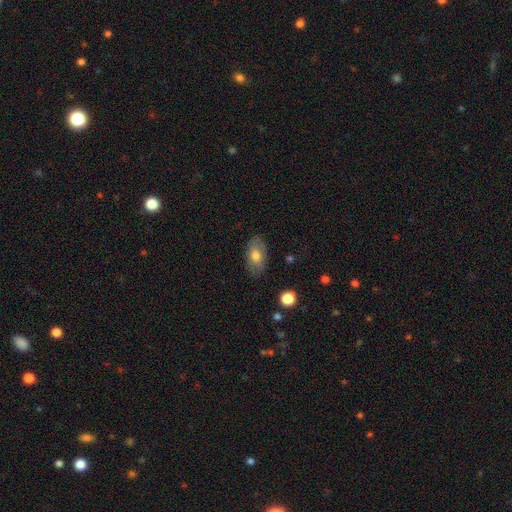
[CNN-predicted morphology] Q: Smooth or featured?
A: smooth (69%); runner-up: featured or disk (24%)
Q: How rounded?
A: in between (92%); runner-up: round (5%)
Q: Merging?
A: none (80%); runner-up: minor disturbance (16%)